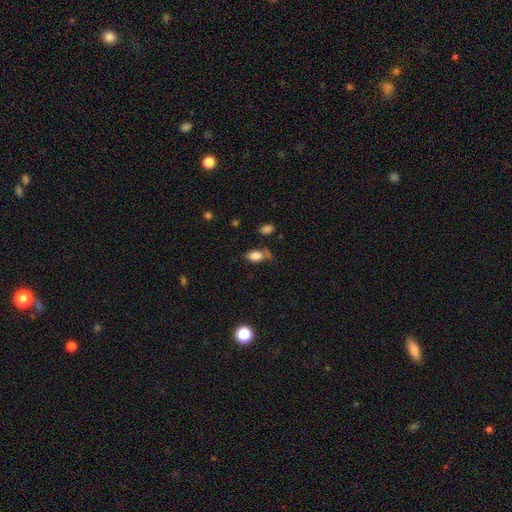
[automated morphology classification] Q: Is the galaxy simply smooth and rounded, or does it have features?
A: smooth — 83%.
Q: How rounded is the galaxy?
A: in between — 87%.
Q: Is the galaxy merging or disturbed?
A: none — 54%.